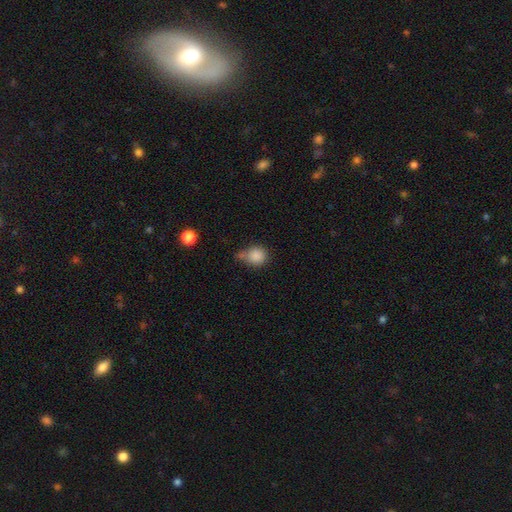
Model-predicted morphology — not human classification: Smooth or featured? Predicted: smooth (p=0.84). How rounded? Predicted: round (p=0.81). Merging? Predicted: none (p=0.44).